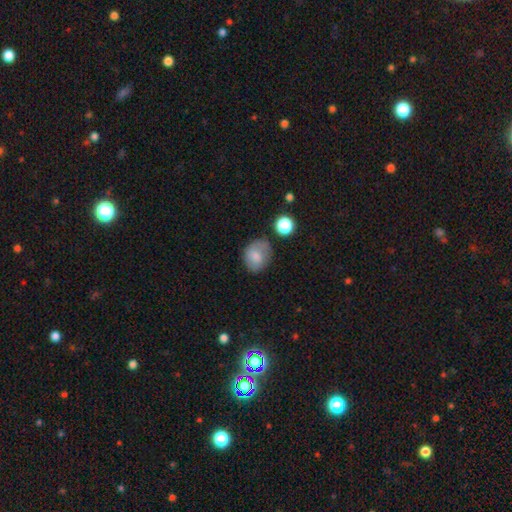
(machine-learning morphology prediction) This is likely a smooth galaxy (77%). How rounded: possibly round (51%). Merging: likely none (60%).